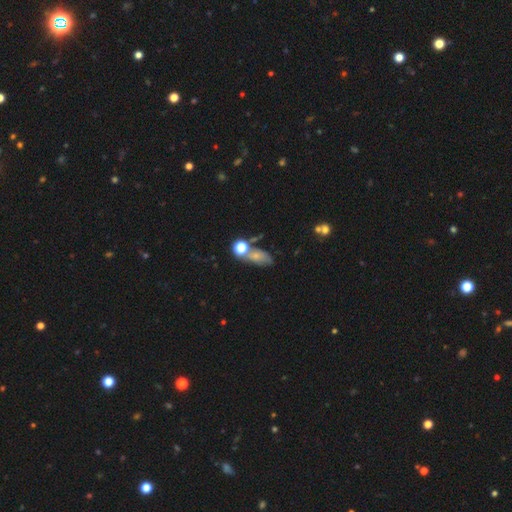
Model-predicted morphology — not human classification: Overall: smooth (59%; featured or disk 22%). How rounded: in between (72%). Merging: none (46%; merger 22%).